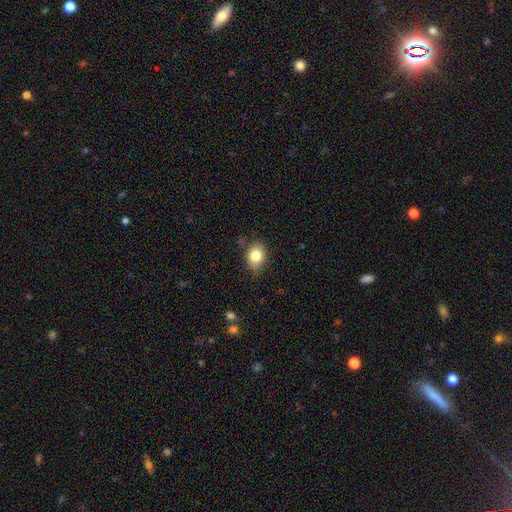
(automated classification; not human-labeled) Smooth or featured? Predicted: smooth (p=0.82). How rounded? Predicted: in between (p=0.64). Merging? Predicted: none (p=0.76).